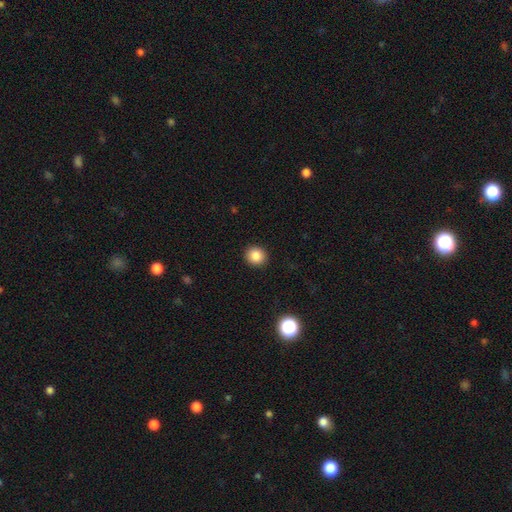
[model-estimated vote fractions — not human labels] A smooth galaxy with no disk features (85%) that is round (90%). Merging: none (92%).